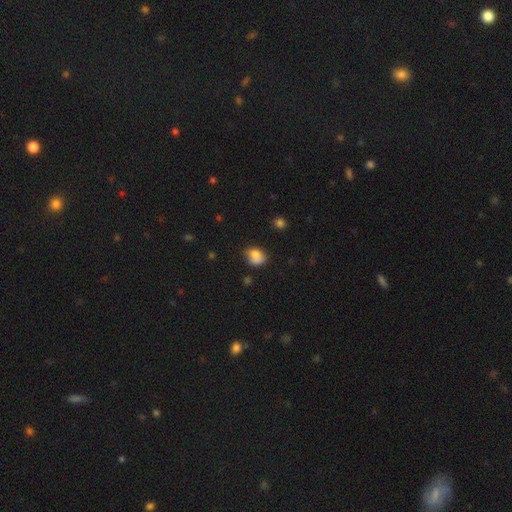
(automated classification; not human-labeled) This is likely a smooth galaxy (76%). How rounded: possibly in between (55%). Merging: marginally none (42%).